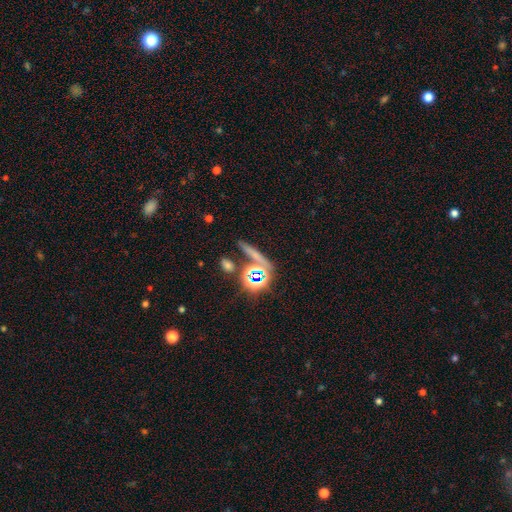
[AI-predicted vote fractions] Smooth or featured?
  - smooth: 46% *
  - star or artifact: 35%
  - featured or disk: 19%
Merging?
  - none: 66% *
  - merger: 17%
  - minor disturbance: 11%
  - major disturbance: 6%